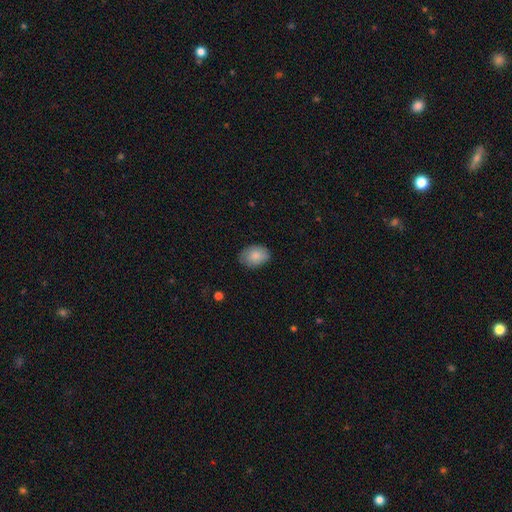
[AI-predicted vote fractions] Smooth or featured?
  - smooth: 83% *
  - featured or disk: 11%
  - star or artifact: 7%
How rounded?
  - in between: 75% *
  - round: 24%
  - cigar-shaped: 1%
Merging?
  - none: 76% *
  - minor disturbance: 20%
  - major disturbance: 4%
  - merger: 1%